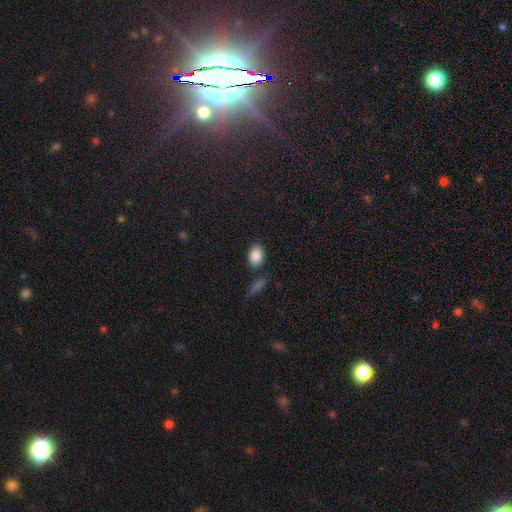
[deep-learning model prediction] The model was most divided on "merging": none: 75%, minor disturbance: 13%, merger: 9%, major disturbance: 4%. More confident: smooth or featured — smooth (87%); how rounded — in between (86%).